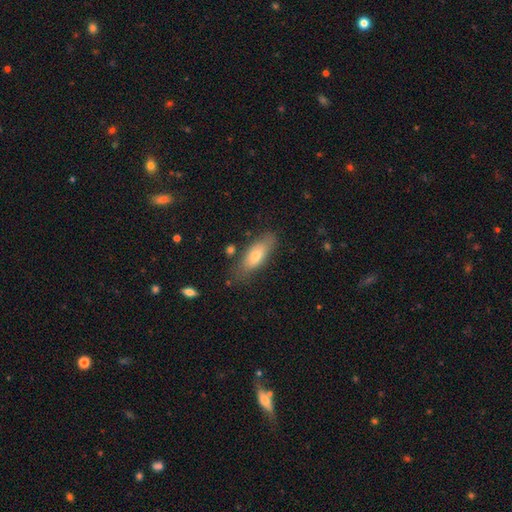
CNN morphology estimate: Q: Smooth or featured?
A: smooth (69%); runner-up: featured or disk (24%)
Q: How rounded?
A: in between (64%); runner-up: cigar-shaped (34%)
Q: Merging?
A: none (76%); runner-up: minor disturbance (17%)